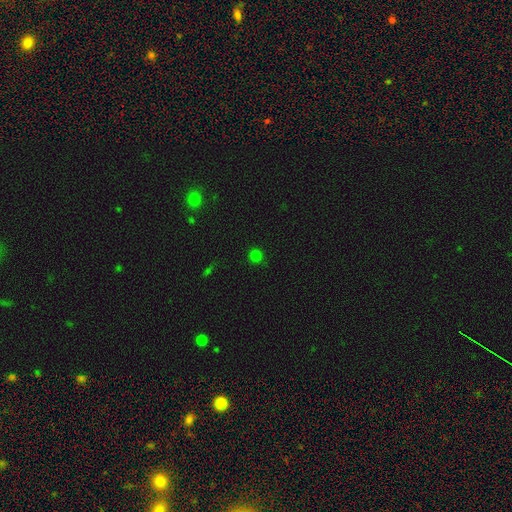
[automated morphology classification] Q: Smooth or featured?
A: smooth (77%); runner-up: star or artifact (19%)
Q: How rounded?
A: round (94%); runner-up: in between (5%)
Q: Merging?
A: none (91%); runner-up: minor disturbance (5%)